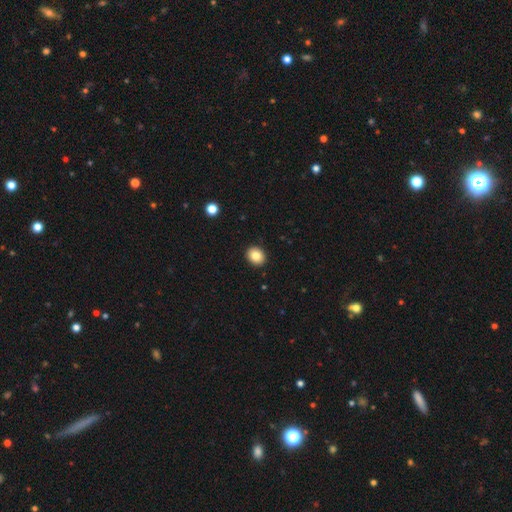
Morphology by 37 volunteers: Smooth or featured?
  - smooth: 89% *
  - featured or disk: 11%
  - star or artifact: 0%
How rounded?
  - round: 70% *
  - in between: 30%
  - cigar-shaped: 0%
Merging?
  - none: 92% *
  - minor disturbance: 5%
  - major disturbance: 3%
  - merger: 0%